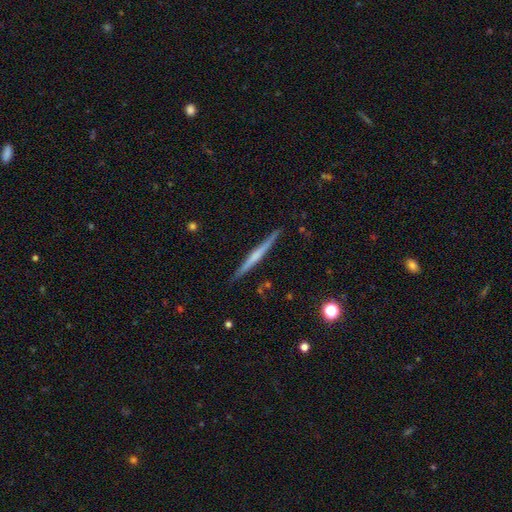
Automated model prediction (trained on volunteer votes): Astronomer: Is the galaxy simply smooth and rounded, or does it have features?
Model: featured or disk — 62%.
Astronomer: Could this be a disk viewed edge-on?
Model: yes — 98%.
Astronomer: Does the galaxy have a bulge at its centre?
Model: none — 57%.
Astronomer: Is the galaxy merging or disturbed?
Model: none — 90%.